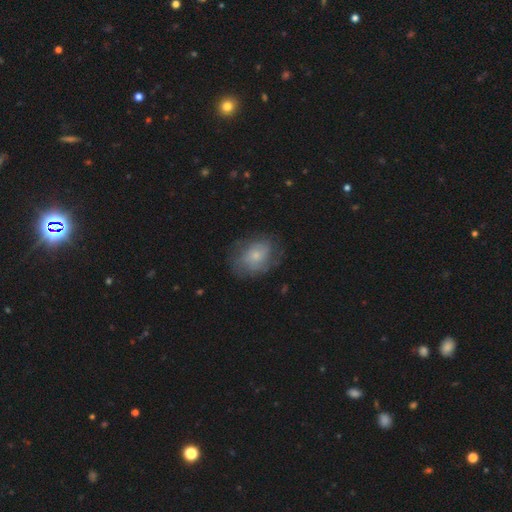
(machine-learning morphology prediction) The model was most divided on "smooth or featured": smooth: 52%, featured or disk: 40%, star or artifact: 8%. More confident: merging — none (66%); how rounded — in between (66%).